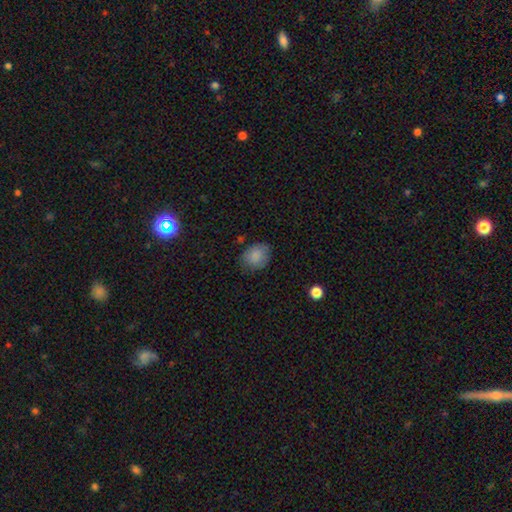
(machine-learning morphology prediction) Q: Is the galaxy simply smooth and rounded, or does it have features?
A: smooth — 85%.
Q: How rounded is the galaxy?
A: in between — 51%.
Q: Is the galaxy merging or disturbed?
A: none — 74%.